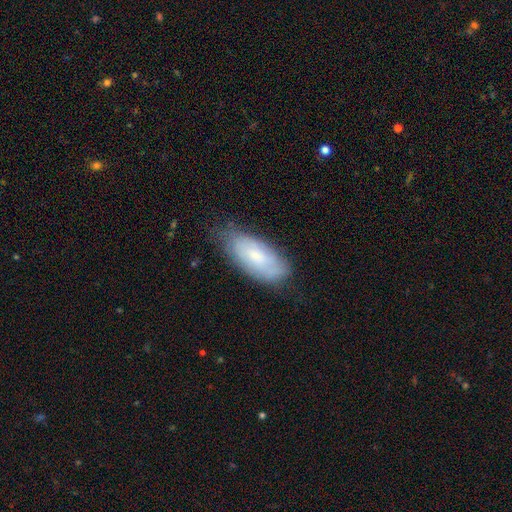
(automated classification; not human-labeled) The model was most divided on "smooth or featured": smooth: 64%, featured or disk: 29%, star or artifact: 7%. More confident: how rounded — in between (87%); merging — none (66%).